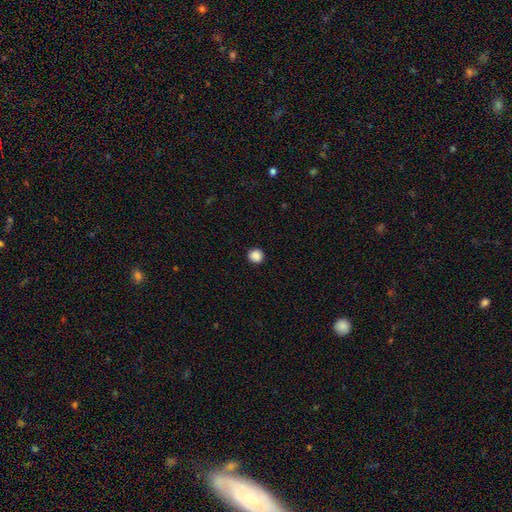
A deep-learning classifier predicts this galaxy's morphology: This appears to be a smooth galaxy with no disk features (88%) that is round (93%). Merging: none (91%).